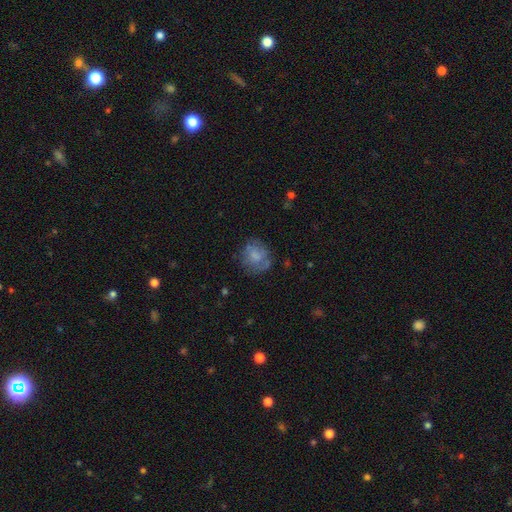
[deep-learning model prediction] smooth 59%, featured or disk 31%, star or artifact 9%. Down the decision tree: how rounded — round (73%); merging — none (62%).